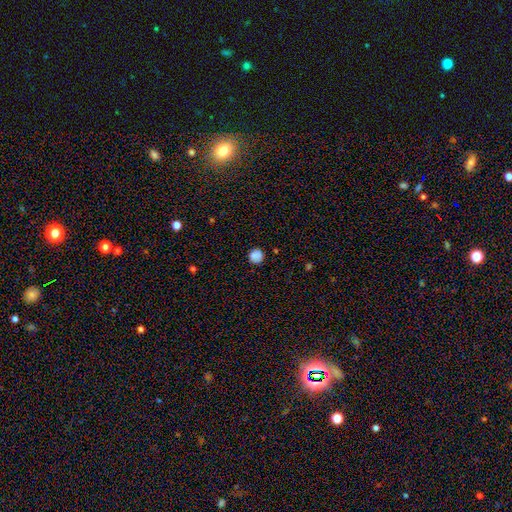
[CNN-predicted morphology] type=smooth (85%); roundness=round (92%); merging=none (86%).